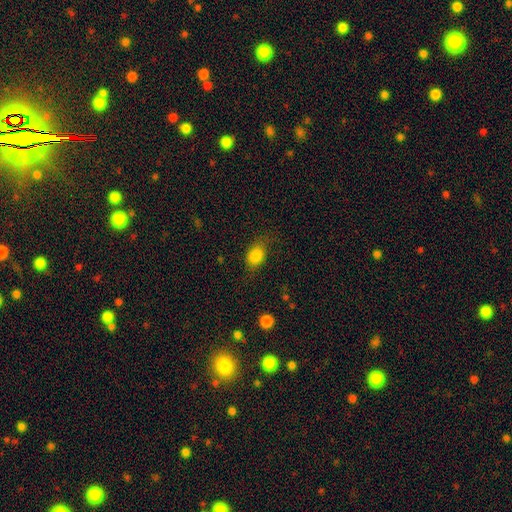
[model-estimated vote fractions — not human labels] Smooth or featured?
  - smooth: 83% *
  - star or artifact: 10%
  - featured or disk: 7%
How rounded?
  - in between: 65% *
  - round: 33%
  - cigar-shaped: 2%
Merging?
  - none: 70% *
  - minor disturbance: 20%
  - major disturbance: 8%
  - merger: 1%